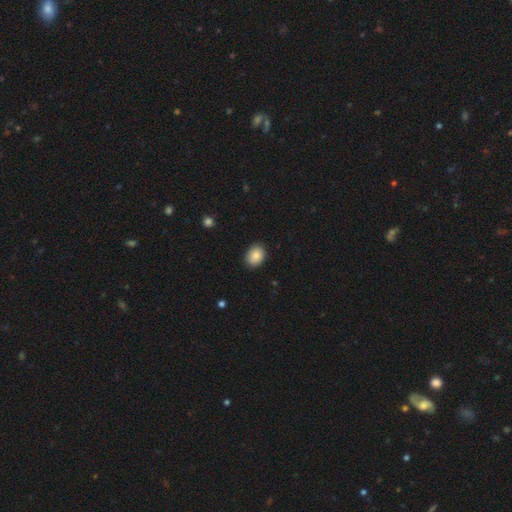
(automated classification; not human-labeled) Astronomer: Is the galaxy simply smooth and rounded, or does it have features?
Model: smooth — 87%.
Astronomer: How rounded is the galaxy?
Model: in between — 68%.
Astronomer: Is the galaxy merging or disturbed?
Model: none — 89%.